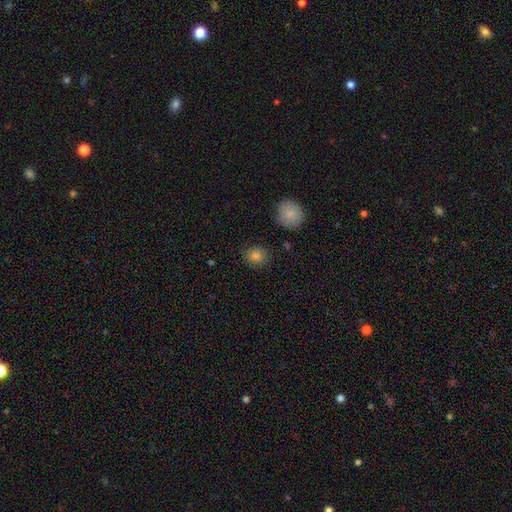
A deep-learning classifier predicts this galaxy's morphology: Q: Smooth or featured?
A: smooth (80%); runner-up: star or artifact (13%)
Q: How rounded?
A: round (75%); runner-up: in between (24%)
Q: Merging?
A: none (85%); runner-up: minor disturbance (10%)